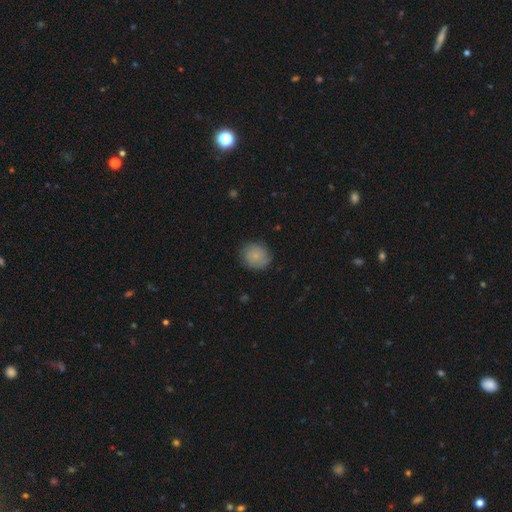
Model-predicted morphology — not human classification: smooth 73%, featured or disk 19%, star or artifact 8%. Down the decision tree: how rounded — round (81%); merging — none (81%).